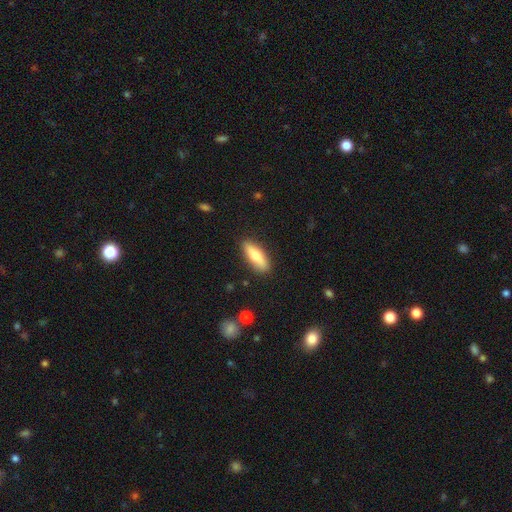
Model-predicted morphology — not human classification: Smooth or featured?
  - smooth: 72% *
  - featured or disk: 22%
  - star or artifact: 6%
How rounded?
  - cigar-shaped: 50% *
  - in between: 48%
  - round: 2%
Merging?
  - none: 86% *
  - minor disturbance: 10%
  - major disturbance: 2%
  - merger: 2%